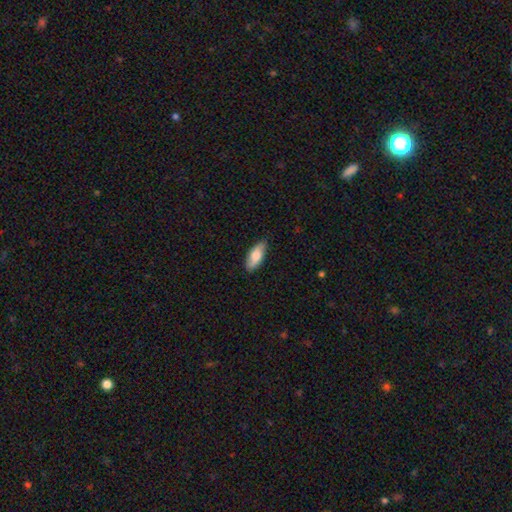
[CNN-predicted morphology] Smooth or featured? smooth (73%)
How rounded? in between (81%)
Merging? none (84%)